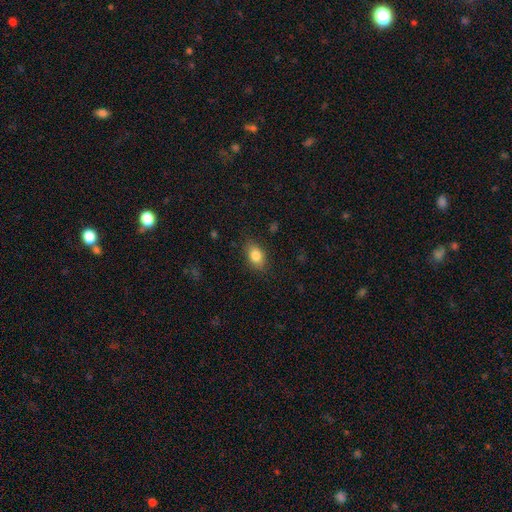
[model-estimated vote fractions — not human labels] Overall: smooth (84%). How rounded: in between (82%). Merging: none (84%).